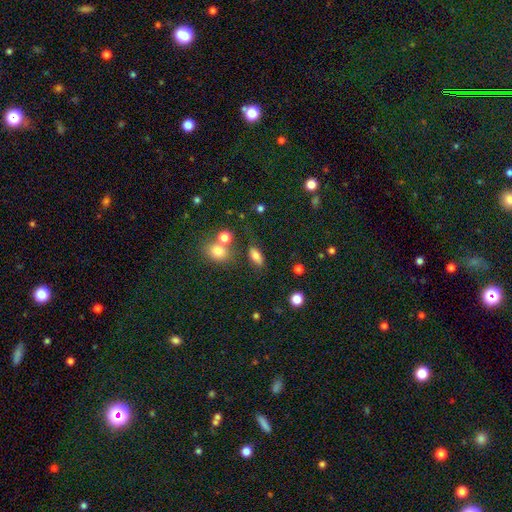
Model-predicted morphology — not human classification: Smooth or featured?
  - smooth: 77% *
  - star or artifact: 12%
  - featured or disk: 11%
How rounded?
  - in between: 81% *
  - cigar-shaped: 10%
  - round: 9%
Merging?
  - none: 69% *
  - minor disturbance: 15%
  - merger: 10%
  - major disturbance: 6%